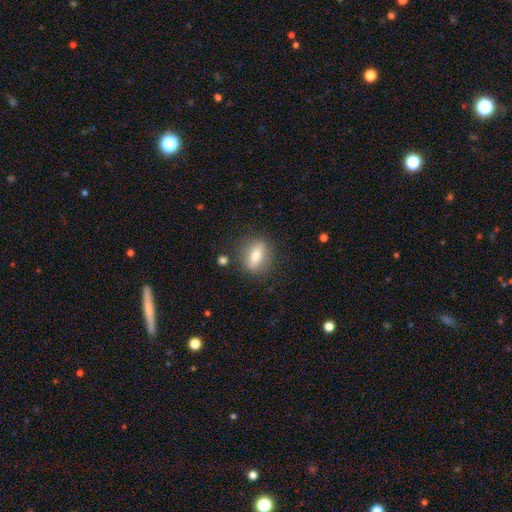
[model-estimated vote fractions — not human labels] Overall: smooth (60%; featured or disk 32%). How rounded: in between (60%; round 22%). Merging: none (83%).